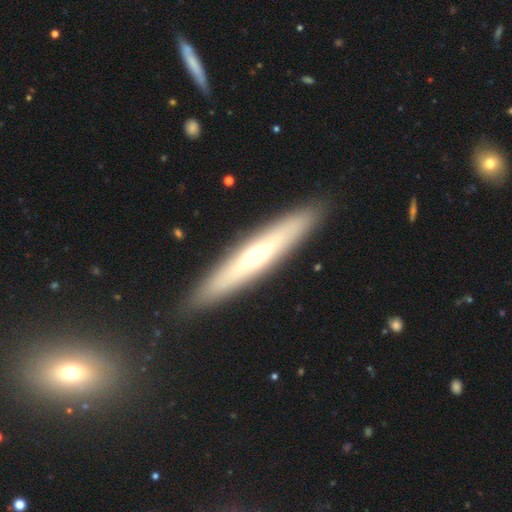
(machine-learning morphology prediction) Smooth or featured?
  - featured or disk: 56% *
  - smooth: 38%
  - star or artifact: 7%
Edge-on disk?
  - yes: 82% *
  - no: 18%
Merging?
  - none: 88% *
  - minor disturbance: 8%
  - major disturbance: 2%
  - merger: 1%